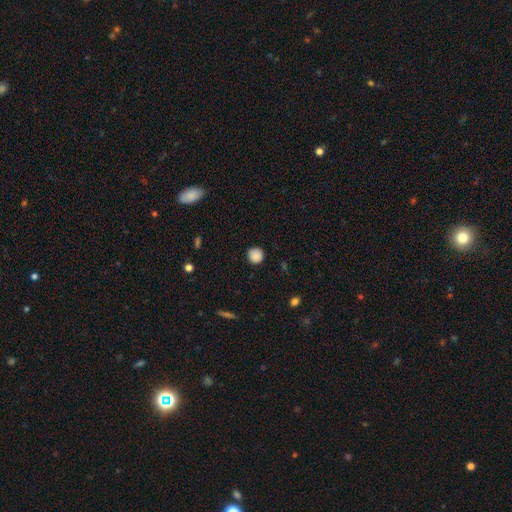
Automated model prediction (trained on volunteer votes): Smooth or featured: smooth — 87% (star or artifact — 10%)
How rounded: round — 93% (in between — 6%)
Merging: none — 88% (minor disturbance — 9%)